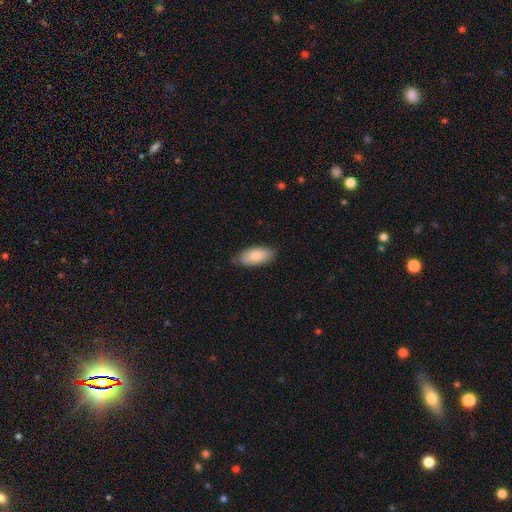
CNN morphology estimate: The model was most divided on "merging": none: 76%, minor disturbance: 20%, major disturbance: 3%, merger: 1%. More confident: how rounded — in between (90%); smooth or featured — smooth (82%).